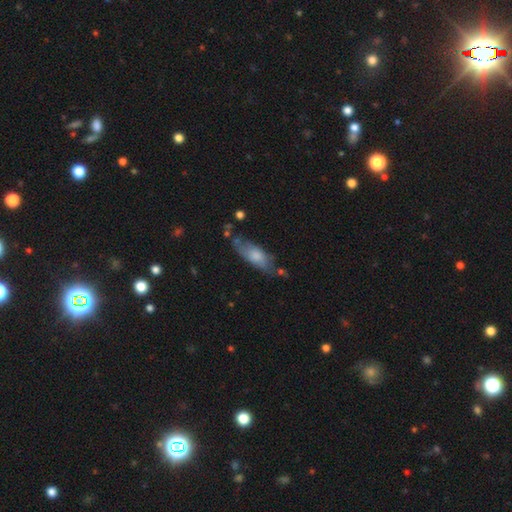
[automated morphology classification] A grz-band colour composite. It shows a smooth galaxy with no disk features (70%) that is in between round and cigar-shaped (72%). Merging: none (53%).